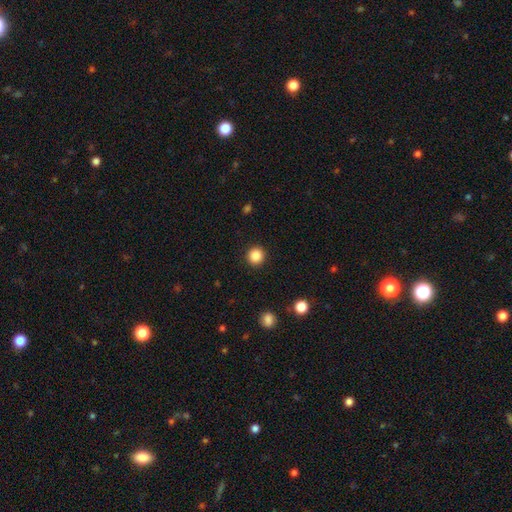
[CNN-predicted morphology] A smooth galaxy with no disk features (87%) that is round (93%). Merging: none (92%).